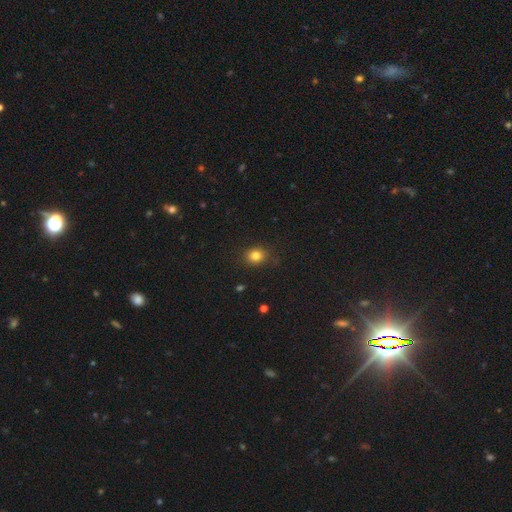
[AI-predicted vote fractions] A smooth galaxy with no disk features (82%) that is round (66%). Merging: none (85%).